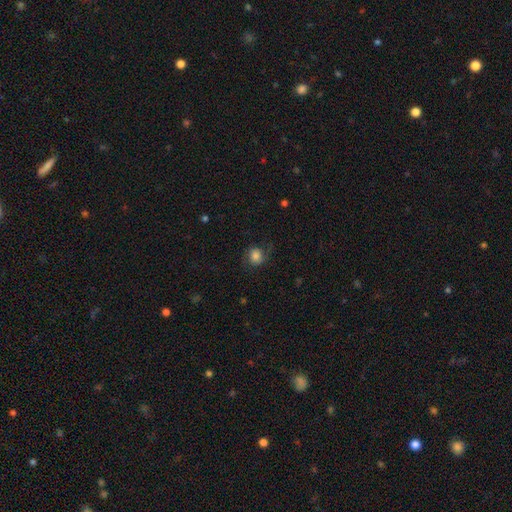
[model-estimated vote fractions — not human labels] Smooth or featured: smooth — 60% (featured or disk — 30%)
How rounded: round — 78% (in between — 21%)
Merging: none — 69% (minor disturbance — 18%)